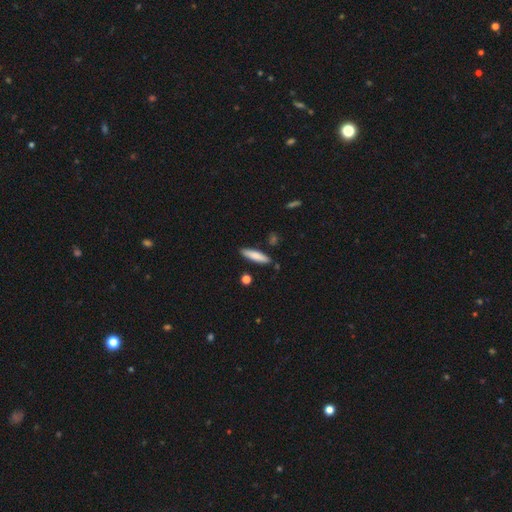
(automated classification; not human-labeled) smooth 81%, featured or disk 13%, star or artifact 6%. Down the decision tree: how rounded — cigar-shaped (77%); merging — none (86%).